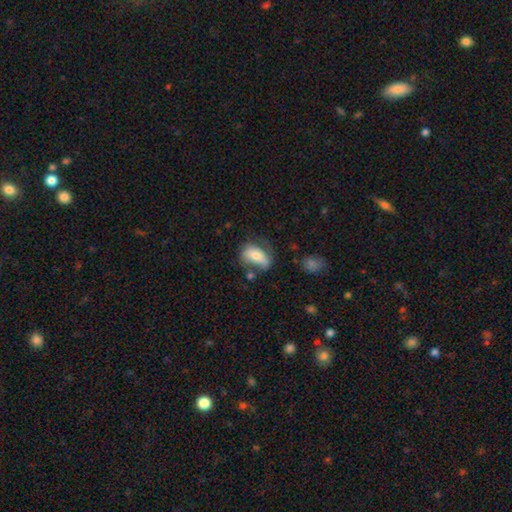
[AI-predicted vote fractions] Smooth or featured?
  - smooth: 66% *
  - featured or disk: 27%
  - star or artifact: 7%
How rounded?
  - in between: 86% *
  - round: 8%
  - cigar-shaped: 6%
Merging?
  - none: 47% *
  - minor disturbance: 28%
  - major disturbance: 16%
  - merger: 9%